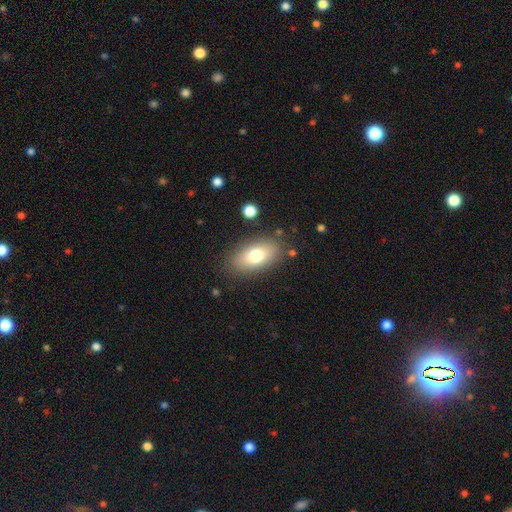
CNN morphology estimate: Q: Smooth or featured?
A: smooth (74%); runner-up: featured or disk (18%)
Q: How rounded?
A: in between (89%); runner-up: round (6%)
Q: Merging?
A: none (83%); runner-up: minor disturbance (11%)